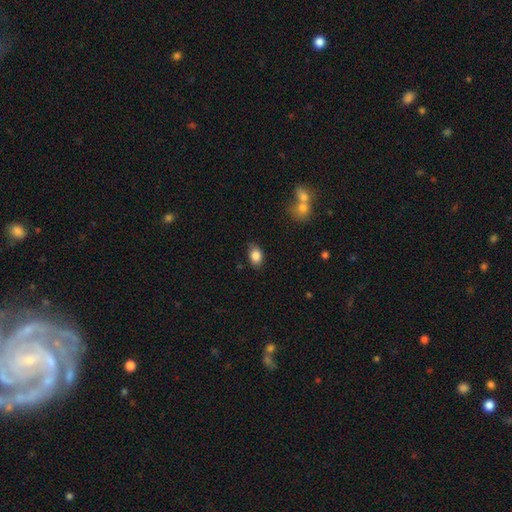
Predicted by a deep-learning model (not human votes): The model was most divided on "merging": none: 79%, minor disturbance: 16%, major disturbance: 3%, merger: 2%. More confident: smooth or featured — smooth (86%); how rounded — in between (81%).